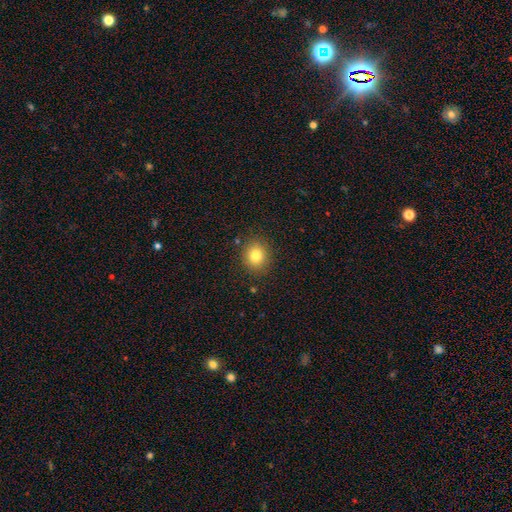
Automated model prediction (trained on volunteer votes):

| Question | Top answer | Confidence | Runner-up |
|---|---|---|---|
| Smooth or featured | smooth | 81% | star or artifact (12%) |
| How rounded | round | 76% | in between (23%) |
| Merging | none | 88% | minor disturbance (8%) |